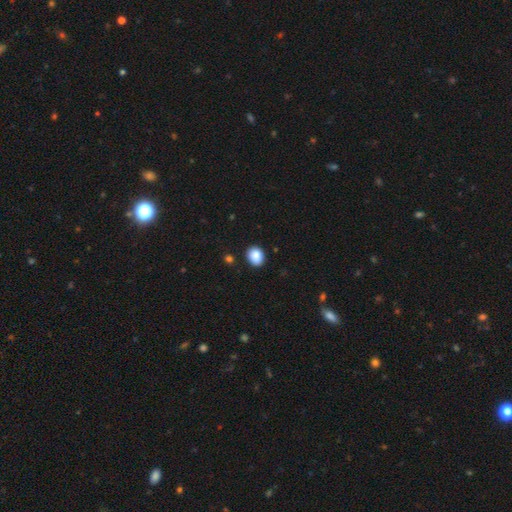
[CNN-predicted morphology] Smooth or featured: smooth — 88% (star or artifact — 8%)
How rounded: round — 52% (in between — 47%)
Merging: none — 89% (minor disturbance — 8%)